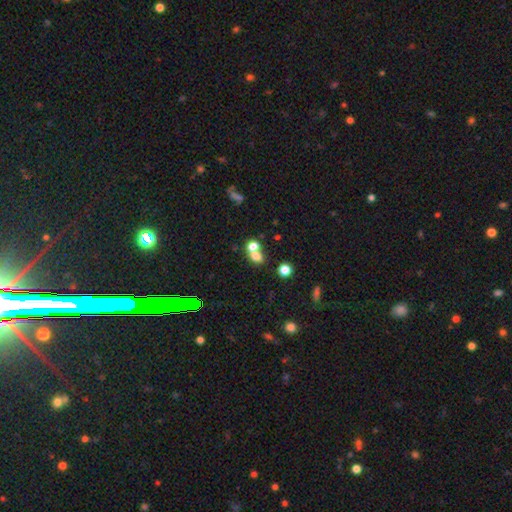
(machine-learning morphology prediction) This is likely a smooth galaxy (71%). How rounded: possibly round (51%). Merging: possibly merger (52%).